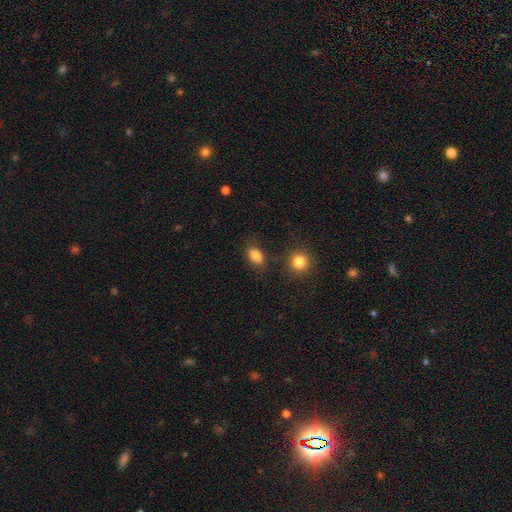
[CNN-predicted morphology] smooth-or-featured: smooth: 84% | star or artifact: 9% | featured or disk: 7%
  how-rounded: in between: 85% | round: 13% | cigar-shaped: 3%
  merging: none: 80% | minor disturbance: 13% | merger: 4% | major disturbance: 4%